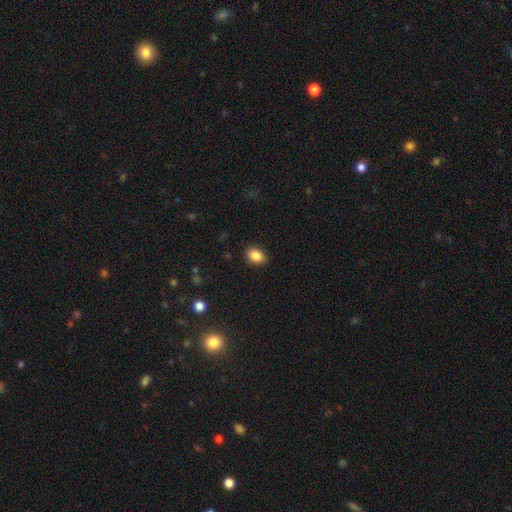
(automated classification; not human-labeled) Smooth or featured?
  - smooth: 87% *
  - star or artifact: 9%
  - featured or disk: 4%
How rounded?
  - in between: 77% *
  - round: 21%
  - cigar-shaped: 1%
Merging?
  - none: 88% *
  - minor disturbance: 9%
  - major disturbance: 2%
  - merger: 1%